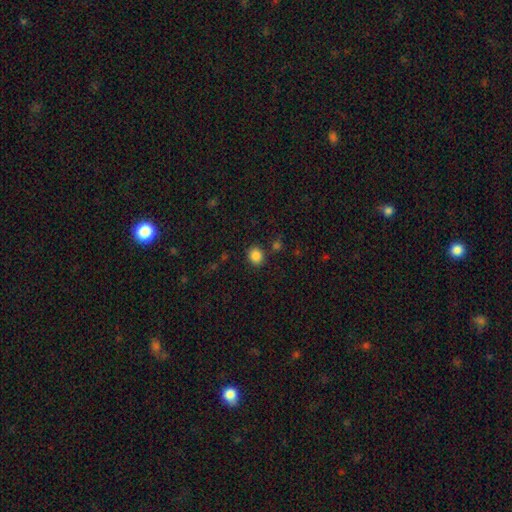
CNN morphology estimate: smooth-or-featured: smooth: 85% | star or artifact: 11% | featured or disk: 4%
  how-rounded: round: 75% | in between: 24% | cigar-shaped: 1%
  merging: none: 84% | minor disturbance: 9% | merger: 5% | major disturbance: 3%